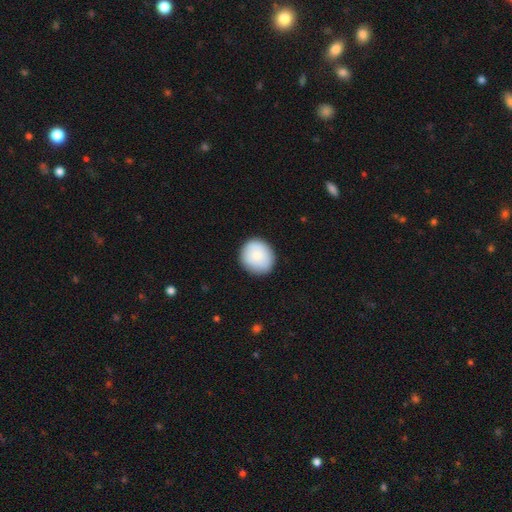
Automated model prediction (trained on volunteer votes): A smooth galaxy with no disk features (81%) that is round (81%). Merging: none (87%).